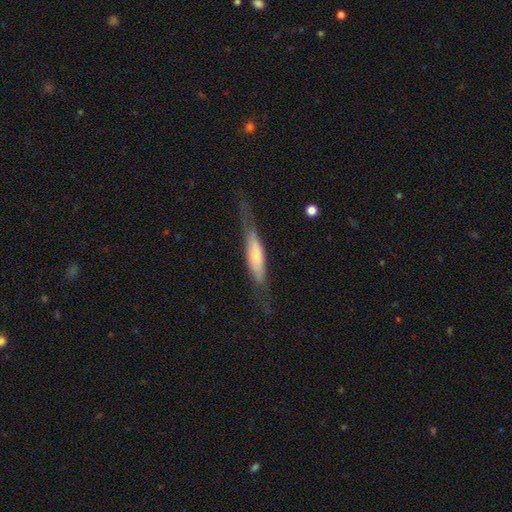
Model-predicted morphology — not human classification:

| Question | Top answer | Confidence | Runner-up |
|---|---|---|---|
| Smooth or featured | smooth | 48% | featured or disk (46%) |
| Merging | none | 57% | minor disturbance (25%) |